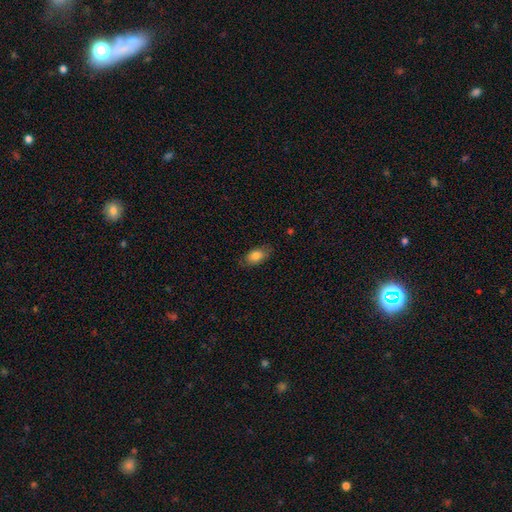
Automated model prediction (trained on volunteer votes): Smooth or featured: smooth — 81% (featured or disk — 11%)
How rounded: in between — 90% (round — 7%)
Merging: none — 79% (minor disturbance — 17%)